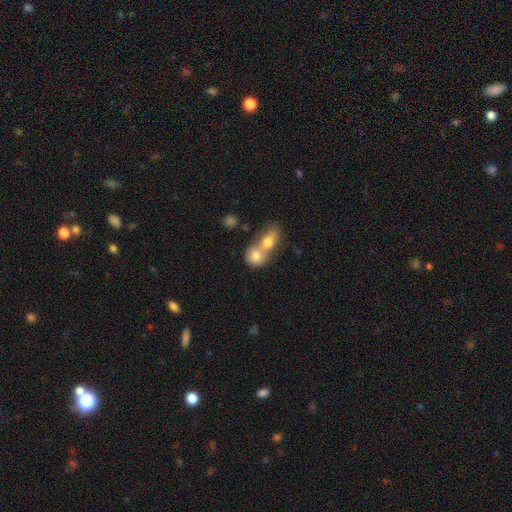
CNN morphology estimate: This appears to be a smooth galaxy with no disk features (75%) that is round (63%). Merging: merger (72%).